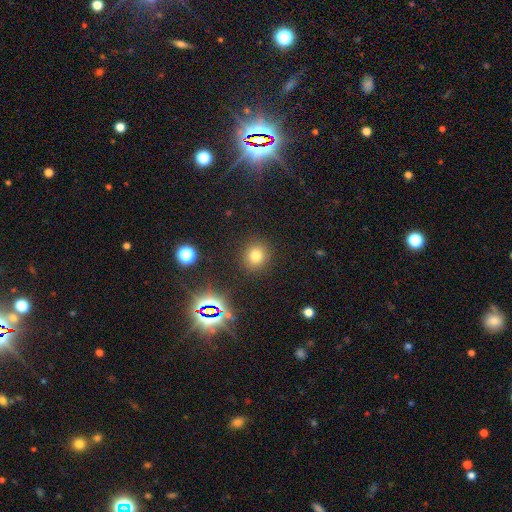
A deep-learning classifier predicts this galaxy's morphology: A smooth galaxy with no disk features (73%) that is round (87%).

Vote fractions:
- Smooth or featured? smooth: 73% / star or artifact: 20% / featured or disk: 7%
- How rounded? round: 87% / in between: 12% / cigar-shaped: 1%
- Merging? none: 89% / minor disturbance: 7% / major disturbance: 3% / merger: 2%